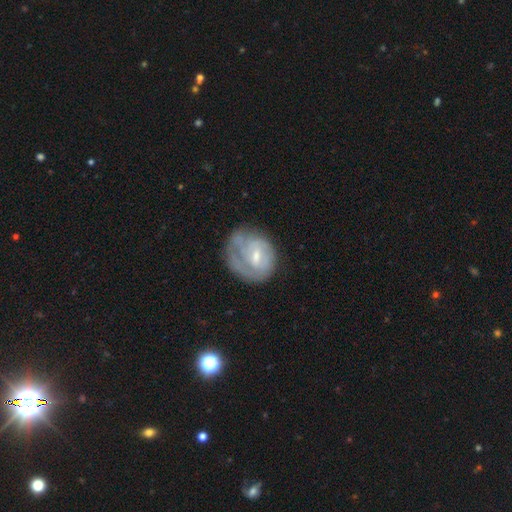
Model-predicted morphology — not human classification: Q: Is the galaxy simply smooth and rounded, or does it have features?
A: featured or disk — 62%.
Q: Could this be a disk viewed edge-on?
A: no — 97%.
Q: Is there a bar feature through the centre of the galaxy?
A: weak — 53%.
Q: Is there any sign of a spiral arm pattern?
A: yes — 65%.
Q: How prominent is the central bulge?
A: small — 52%.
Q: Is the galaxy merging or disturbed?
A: none — 44%.